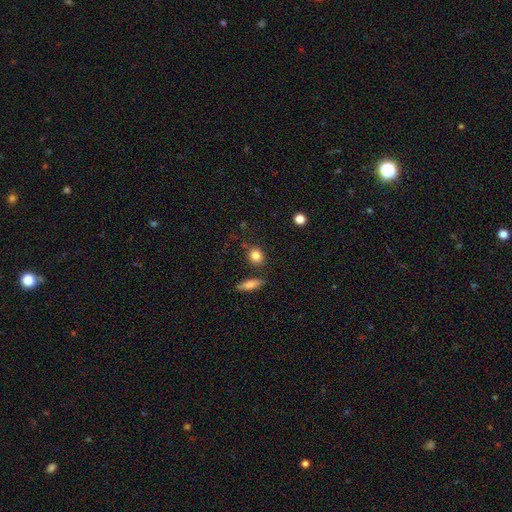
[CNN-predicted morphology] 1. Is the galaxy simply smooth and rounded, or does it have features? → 84% smooth, 9% star or artifact, 7% featured or disk.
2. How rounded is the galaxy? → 63% round, 34% in between, 3% cigar-shaped.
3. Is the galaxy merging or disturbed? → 77% none, 13% minor disturbance, 6% merger, 4% major disturbance.